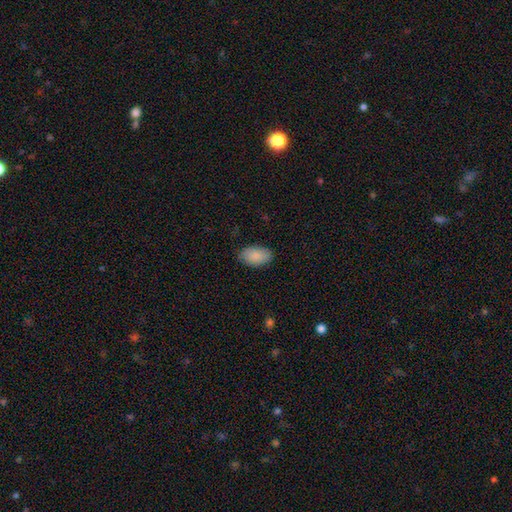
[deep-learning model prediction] Smooth or featured?
  - smooth: 89% *
  - star or artifact: 6%
  - featured or disk: 5%
How rounded?
  - in between: 94% *
  - round: 5%
  - cigar-shaped: 1%
Merging?
  - none: 85% *
  - minor disturbance: 12%
  - major disturbance: 3%
  - merger: 1%